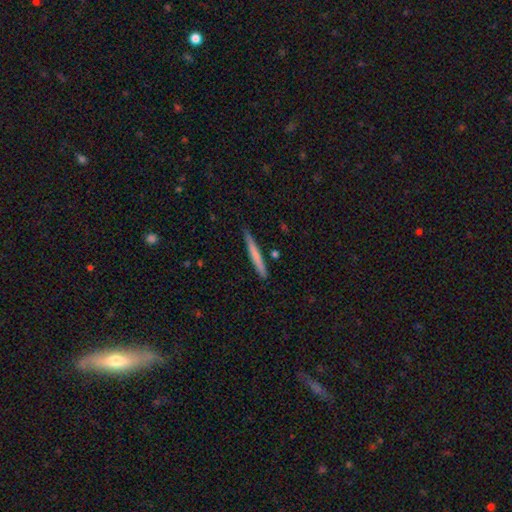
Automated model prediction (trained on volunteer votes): smooth 68%, featured or disk 26%, star or artifact 5%. Down the decision tree: how rounded — cigar-shaped (97%); merging — none (87%).